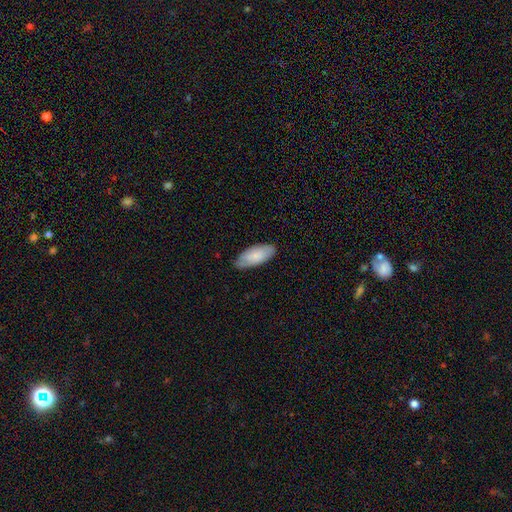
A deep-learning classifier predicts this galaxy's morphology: This appears to be a smooth galaxy with no disk features (77%) that is in between round and cigar-shaped (86%). Merging: none (79%).